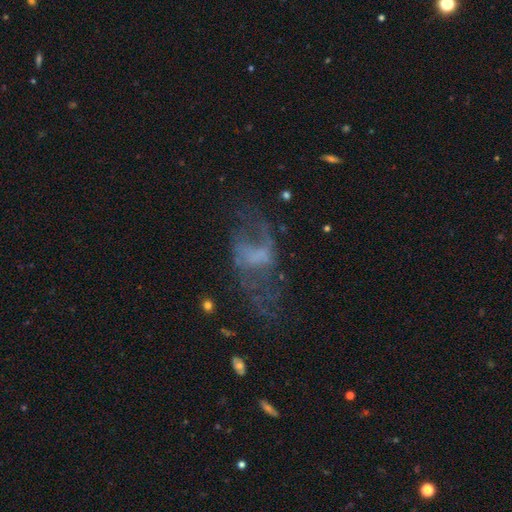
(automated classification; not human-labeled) A featured or disk galaxy (61%) with no bar (59%), no spiral arms (55%) and no central bulge (56%). Merging: major disturbance (40%).